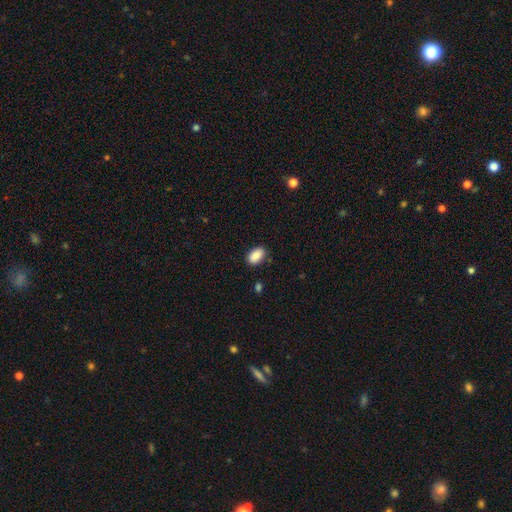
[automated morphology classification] Smooth or featured? smooth (88%)
How rounded? in between (92%)
Merging? none (85%)